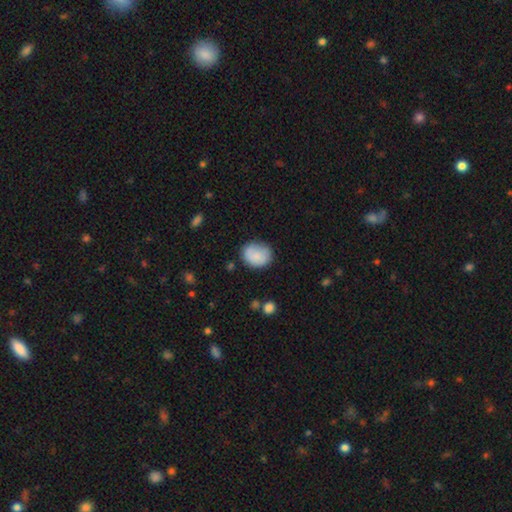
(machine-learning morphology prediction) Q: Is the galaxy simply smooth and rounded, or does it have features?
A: smooth — 83%.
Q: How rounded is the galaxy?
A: round — 60%.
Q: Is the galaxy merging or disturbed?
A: none — 70%.